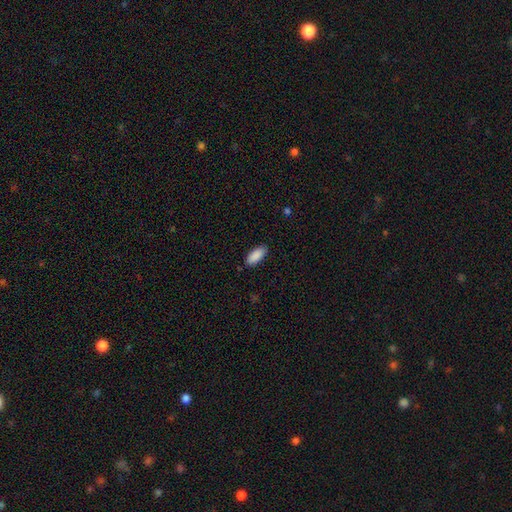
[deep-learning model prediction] smooth_or_featured: smooth (p=0.90) [alt: star or artifact p=0.06]
how_rounded: in between (p=0.86) [alt: cigar-shaped p=0.12]
merging: none (p=0.87) [alt: minor disturbance p=0.10]